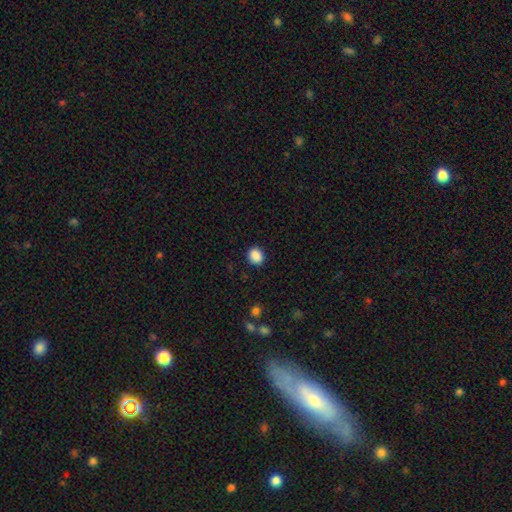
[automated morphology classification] Overall: smooth (89%). How rounded: round (71%). Merging: none (89%).